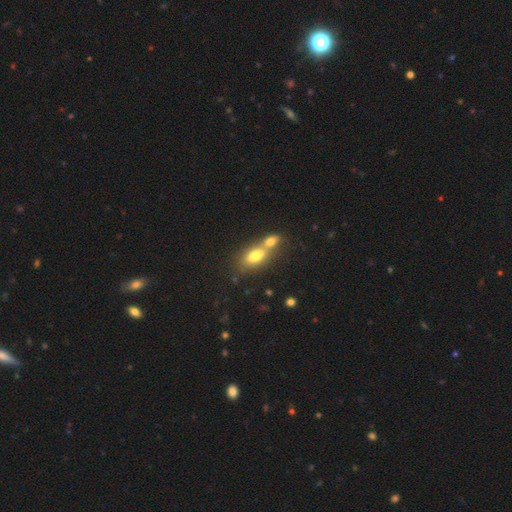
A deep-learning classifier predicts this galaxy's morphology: smooth-or-featured: smooth: 72% | featured or disk: 19% | star or artifact: 9%
  how-rounded: in between: 82% | cigar-shaped: 10% | round: 8%
  merging: merger: 65% | none: 25% | minor disturbance: 7% | major disturbance: 3%